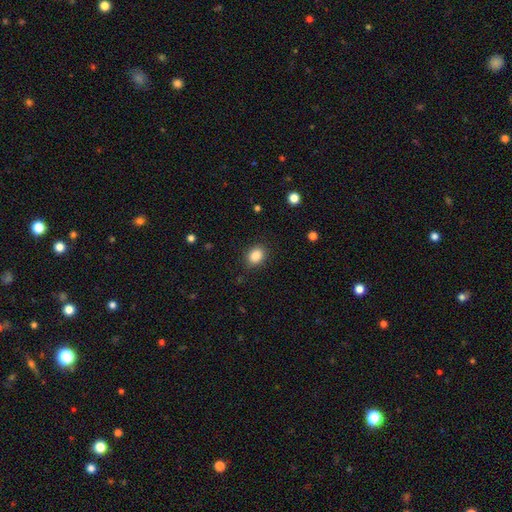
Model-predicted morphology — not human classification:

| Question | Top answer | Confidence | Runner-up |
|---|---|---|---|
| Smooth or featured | smooth | 86% | star or artifact (10%) |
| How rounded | in between | 51% | round (48%) |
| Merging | none | 86% | minor disturbance (10%) |